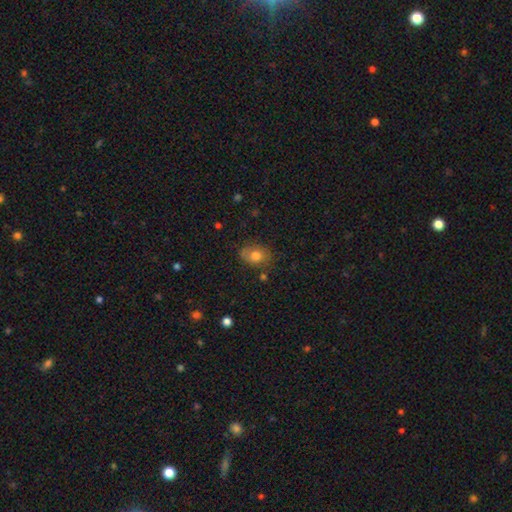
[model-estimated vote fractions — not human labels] Q: Smooth or featured?
A: smooth (74%); runner-up: featured or disk (15%)
Q: How rounded?
A: in between (60%); runner-up: round (39%)
Q: Merging?
A: none (70%); runner-up: minor disturbance (22%)